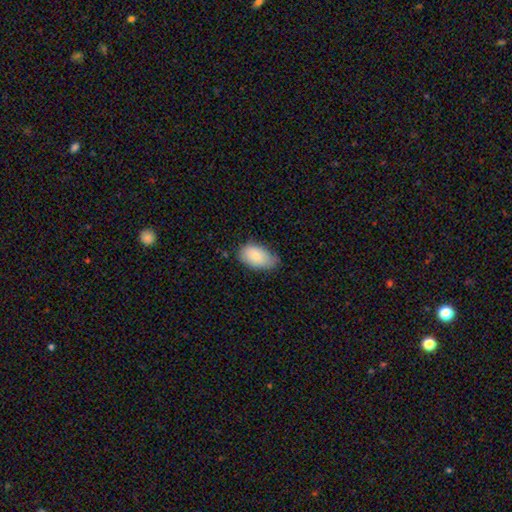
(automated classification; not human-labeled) A smooth galaxy with no disk features (83%) that is in between round and cigar-shaped (93%). Merging: none (60%).